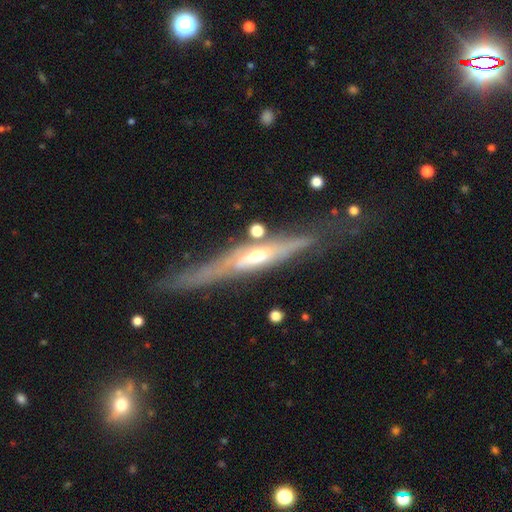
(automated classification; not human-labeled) This appears to be a featured or disk galaxy (79%) viewed edge-on (86%) with a rounded central bulge (70%). Merging: none (68%).